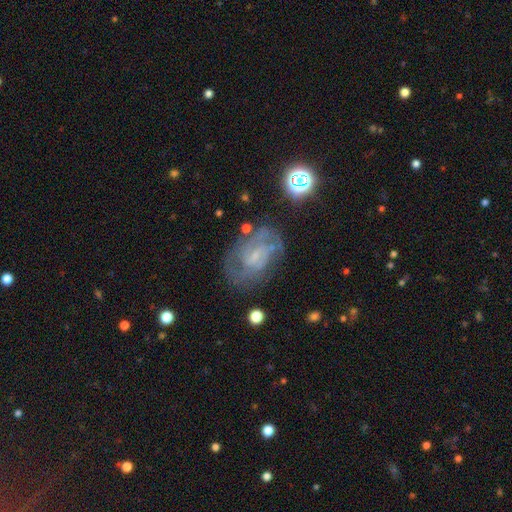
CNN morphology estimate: This is likely a featured or disk galaxy (72%). It is clearly not viewed edge-on (97%). Bar: possibly no (48%). Spiral arm pattern: clearly yes (85%). Spiral arm count: marginally can't tell (41%). Spiral winding: possibly tight (49%). Central bulge: likely small (60%). Merging: likely none (66%).